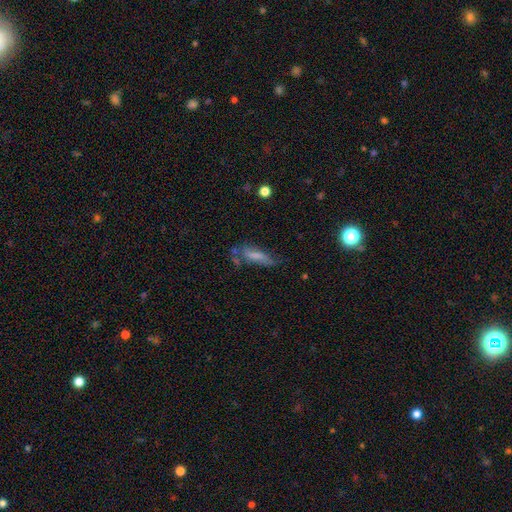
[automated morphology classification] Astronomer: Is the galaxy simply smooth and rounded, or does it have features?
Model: smooth — 61%.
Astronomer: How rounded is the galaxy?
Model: cigar-shaped — 59% (runner-up: in between, 39%).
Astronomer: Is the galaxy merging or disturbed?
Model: none — 45% (runner-up: minor disturbance, 30%).